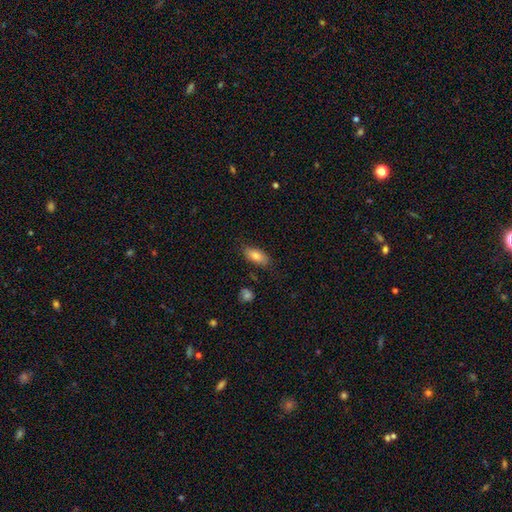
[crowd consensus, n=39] This is likely a smooth galaxy (67%). How rounded: clearly in between (88%). Merging: likely none (76%).